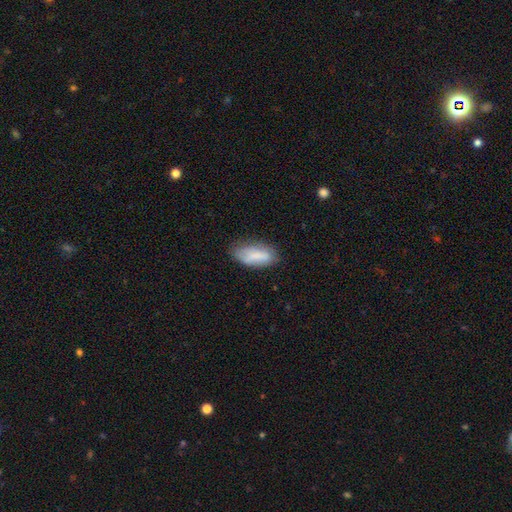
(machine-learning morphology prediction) Q: Smooth or featured?
A: smooth (76%); runner-up: featured or disk (16%)
Q: How rounded?
A: in between (87%); runner-up: cigar-shaped (11%)
Q: Merging?
A: none (63%); runner-up: minor disturbance (28%)